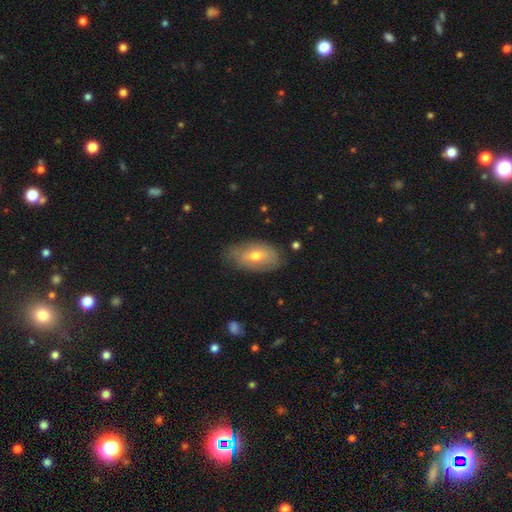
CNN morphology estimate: A smooth galaxy with no disk features (57%) that is in between round and cigar-shaped (91%).

Vote fractions:
- Smooth or featured? smooth: 57% / featured or disk: 35% / star or artifact: 8%
- How rounded? in between: 91% / round: 5% / cigar-shaped: 4%
- Merging? none: 73% / minor disturbance: 21% / major disturbance: 5% / merger: 1%